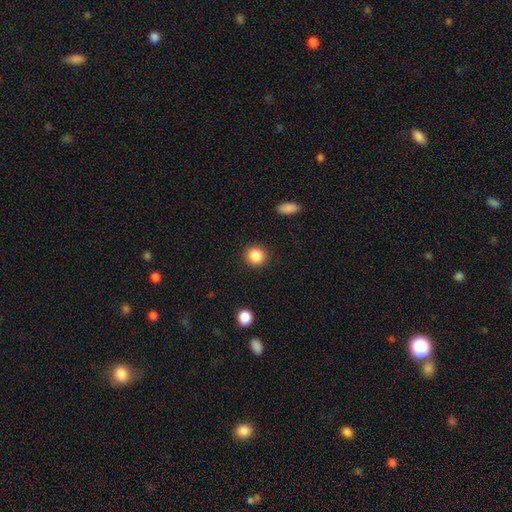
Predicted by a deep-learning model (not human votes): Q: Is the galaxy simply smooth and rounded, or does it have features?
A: smooth — 87%.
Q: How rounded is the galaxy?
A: round — 88%.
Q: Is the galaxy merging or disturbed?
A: none — 91%.